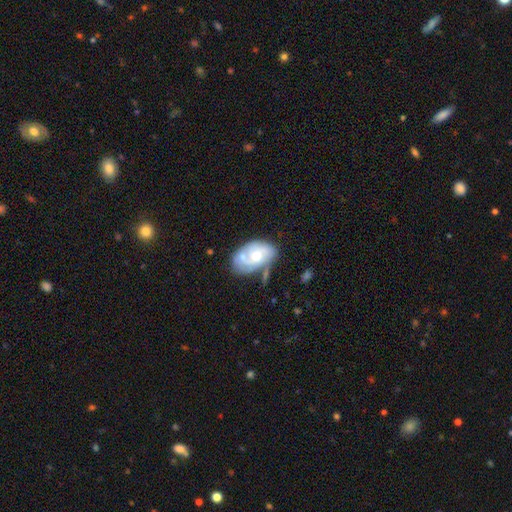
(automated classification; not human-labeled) Smooth or featured? featured or disk (65%)
Edge-on disk? no (96%)
Bar? no (73%)
Spiral arms? yes (76%)
Bulge size? moderate (64%)
Merging? none (47%)